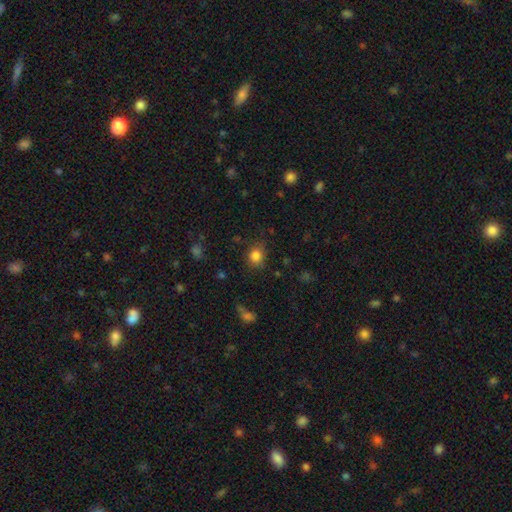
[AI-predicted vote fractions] A smooth galaxy with no disk features (83%) that is round (70%).

Vote fractions:
- Smooth or featured? smooth: 83% / star or artifact: 11% / featured or disk: 5%
- How rounded? round: 70% / in between: 29% / cigar-shaped: 1%
- Merging? none: 78% / minor disturbance: 16% / major disturbance: 4% / merger: 2%